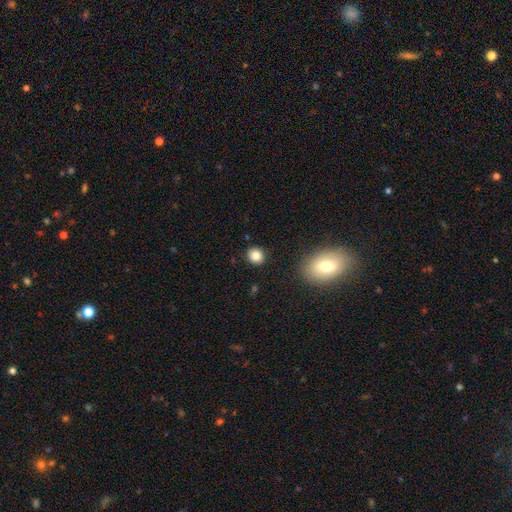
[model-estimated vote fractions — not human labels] Overall: smooth (84%). How rounded: round (82%). Merging: none (89%).